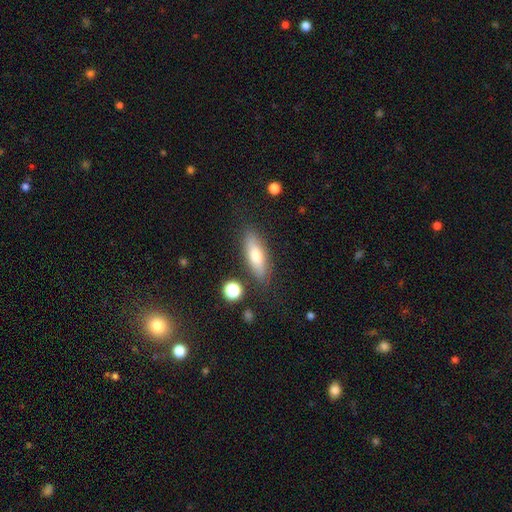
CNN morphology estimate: Overall: smooth (68%). How rounded: in between (57%; cigar-shaped 41%). Merging: none (82%).